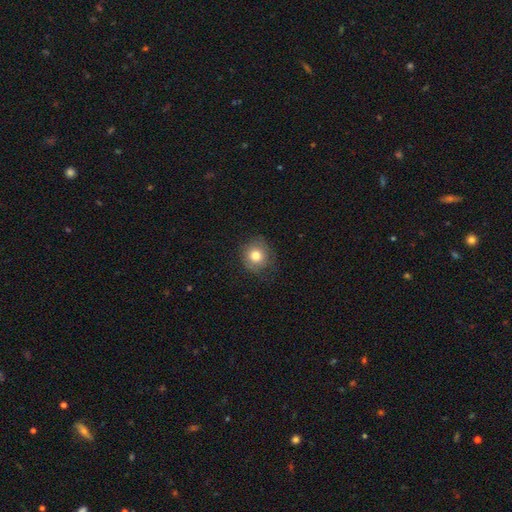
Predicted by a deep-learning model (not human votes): smooth-or-featured: smooth: 78% | featured or disk: 12% | star or artifact: 10%
  how-rounded: round: 87% | in between: 12% | cigar-shaped: 1%
  merging: none: 76% | minor disturbance: 17% | major disturbance: 6% | merger: 1%